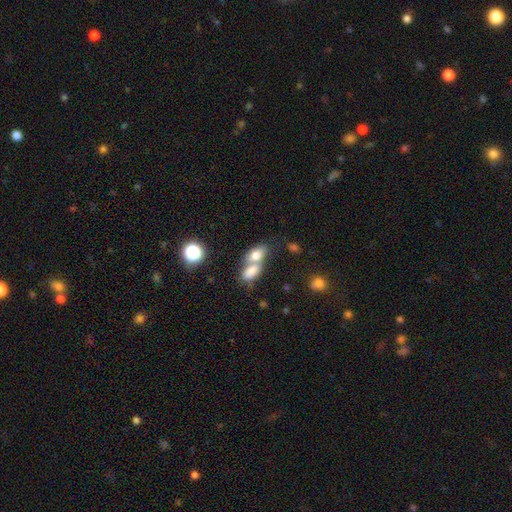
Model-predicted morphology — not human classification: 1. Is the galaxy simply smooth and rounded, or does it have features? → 77% smooth, 14% featured or disk, 9% star or artifact.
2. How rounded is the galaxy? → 85% in between, 10% round, 5% cigar-shaped.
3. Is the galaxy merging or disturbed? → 64% merger, 24% none, 7% minor disturbance, 4% major disturbance.